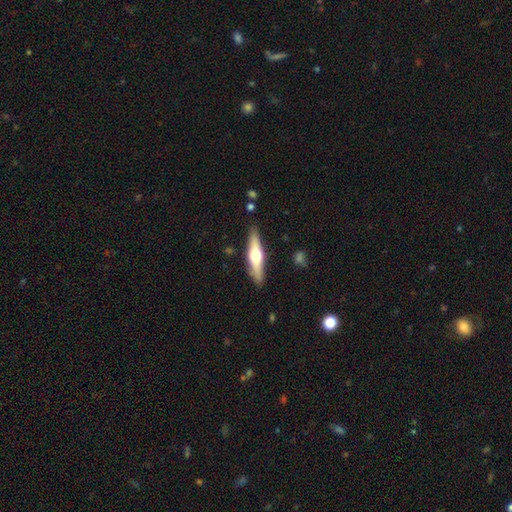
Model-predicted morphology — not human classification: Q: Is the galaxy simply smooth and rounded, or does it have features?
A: featured or disk — 56%.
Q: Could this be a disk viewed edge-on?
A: yes — 93%.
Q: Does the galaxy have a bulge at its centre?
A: rounded — 94%.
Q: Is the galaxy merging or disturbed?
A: none — 88%.